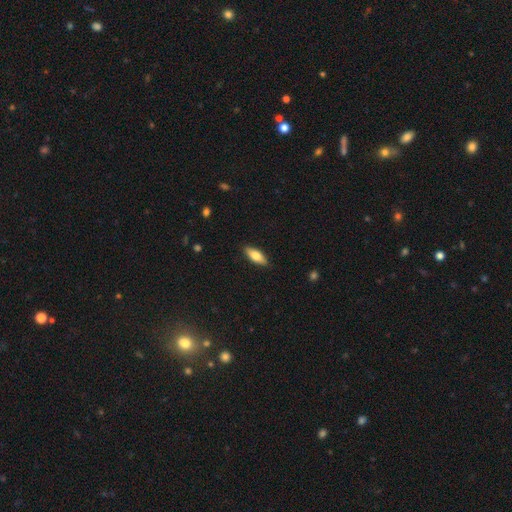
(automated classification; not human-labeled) This is likely a smooth galaxy (68%). How rounded: likely in between (67%). Merging: clearly none (87%).